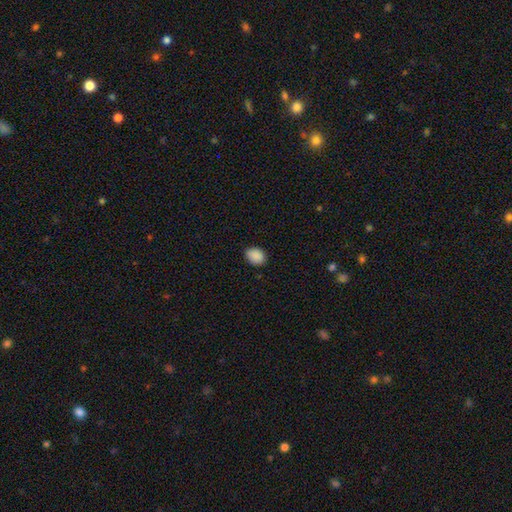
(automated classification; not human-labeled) This appears to be a smooth galaxy with no disk features (89%) that is in between round and cigar-shaped (59%). Merging: none (86%).